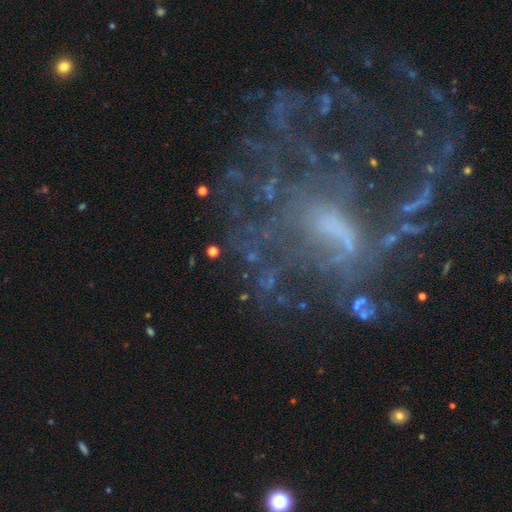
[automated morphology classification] Smooth or featured: featured or disk — 69% (star or artifact — 20%)
Edge-on disk: no — 96% (yes — 4%)
Bar: no — 54% (weak — 34%)
Spiral arms: no — 50% (tied with yes — 50%)
Bulge size: small — 38% (moderate — 29%)
Merging: major disturbance — 43% (none — 37%)